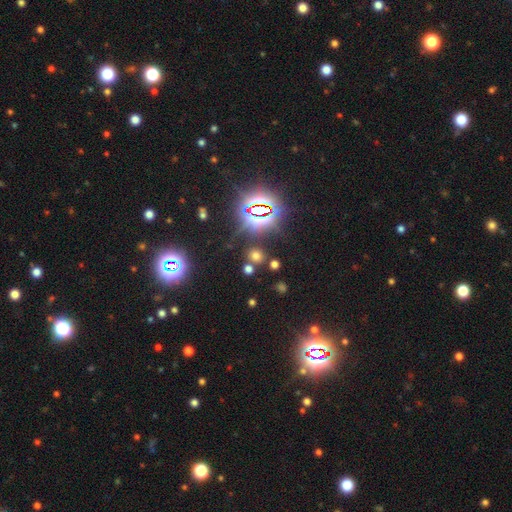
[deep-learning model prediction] Q: Smooth or featured?
A: smooth (51%); runner-up: star or artifact (42%)
Q: How rounded?
A: round (80%); runner-up: in between (18%)
Q: Merging?
A: none (80%); runner-up: merger (9%)